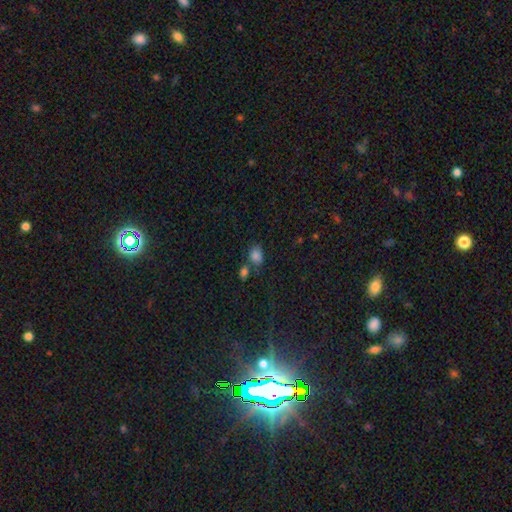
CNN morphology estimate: Smooth or featured? Predicted: smooth (p=0.80). How rounded? Predicted: in between (p=0.73). Merging? Predicted: none (p=0.50).